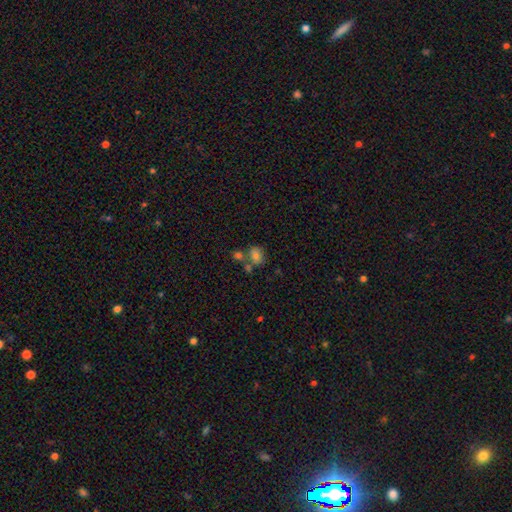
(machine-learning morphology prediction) type=smooth (73%); roundness=round (55%); merging=none (46%).